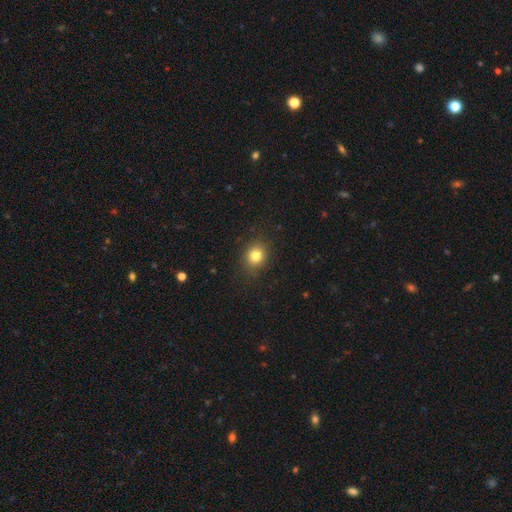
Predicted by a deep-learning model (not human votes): This is clearly a smooth galaxy (81%). How rounded: likely round (68%). Merging: clearly none (88%).